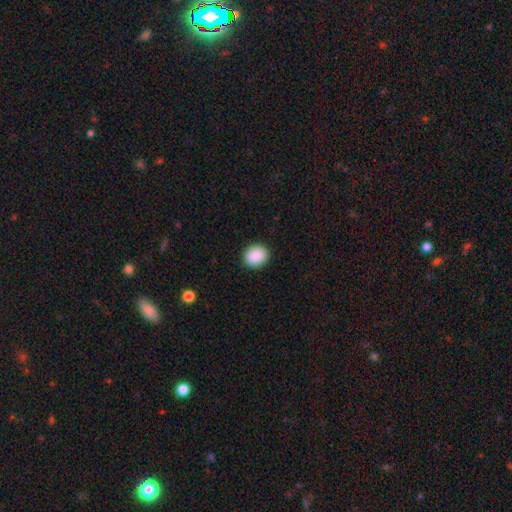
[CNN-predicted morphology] type=smooth (90%); roundness=round (72%); merging=none (91%).